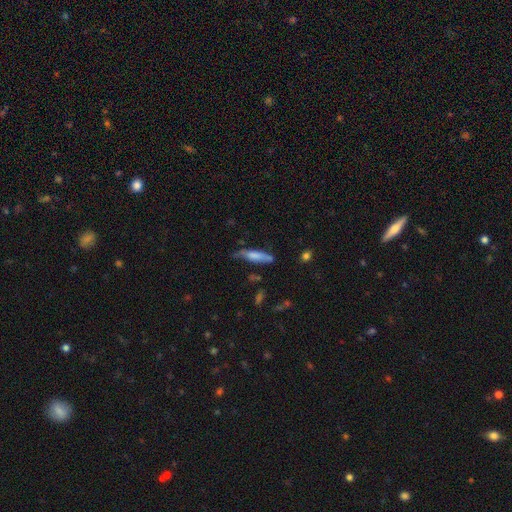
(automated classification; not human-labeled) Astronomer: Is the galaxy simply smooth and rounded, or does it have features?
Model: smooth — 67%.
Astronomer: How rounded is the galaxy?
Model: cigar-shaped — 76%.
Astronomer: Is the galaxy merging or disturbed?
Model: none — 52% (runner-up: minor disturbance, 31%).